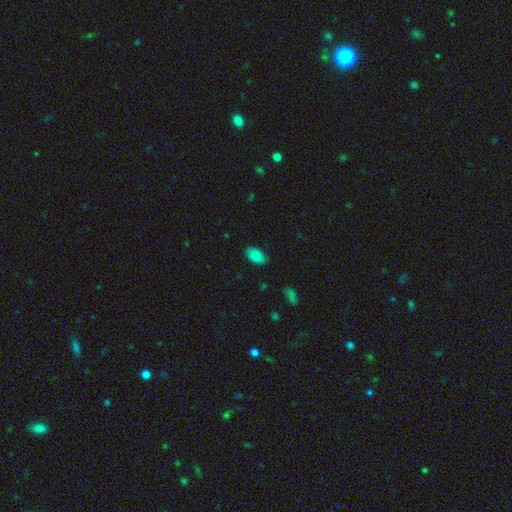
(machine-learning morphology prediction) Smooth or featured: smooth — 82% (featured or disk — 10%)
How rounded: in between — 93% (round — 6%)
Merging: none — 86% (minor disturbance — 10%)